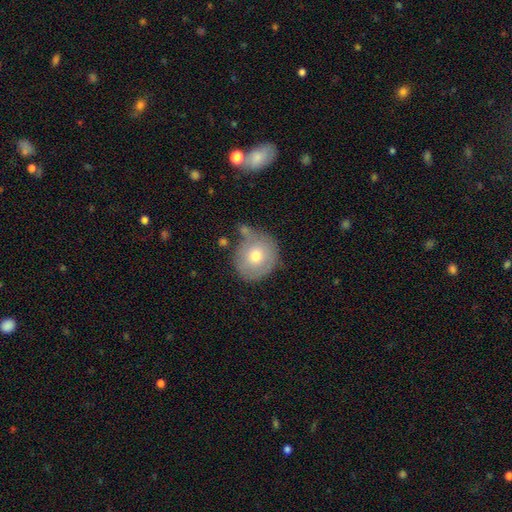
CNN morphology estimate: smooth-or-featured: smooth: 69% | featured or disk: 23% | star or artifact: 8%
  how-rounded: round: 90% | in between: 9% | cigar-shaped: 1%
  merging: none: 60% | minor disturbance: 22% | merger: 11% | major disturbance: 7%